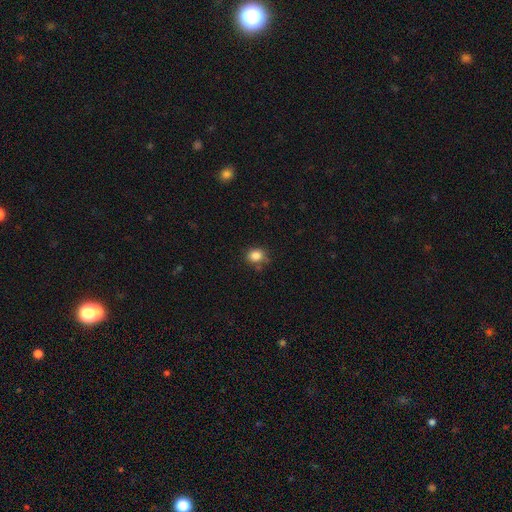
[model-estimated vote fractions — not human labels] Smooth or featured?
  - smooth: 84% *
  - star or artifact: 11%
  - featured or disk: 5%
How rounded?
  - round: 62% *
  - in between: 37%
  - cigar-shaped: 1%
Merging?
  - none: 73% *
  - minor disturbance: 18%
  - merger: 5%
  - major disturbance: 4%